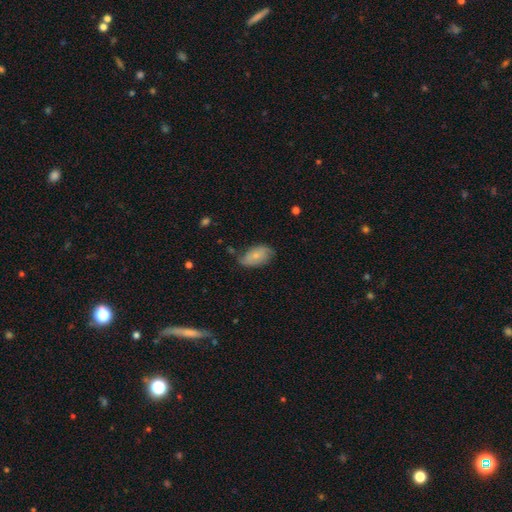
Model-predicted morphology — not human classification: This appears to be a smooth galaxy with no disk features (65%) that is in between round and cigar-shaped (92%). Merging: none (58%).